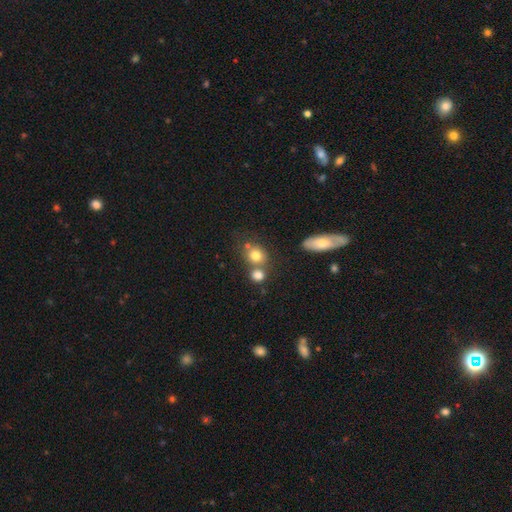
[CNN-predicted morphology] This is likely a smooth galaxy (77%). How rounded: likely round (71%). Merging: possibly none (51%).